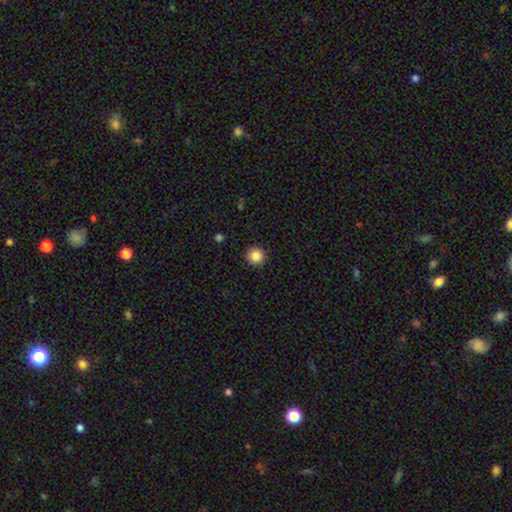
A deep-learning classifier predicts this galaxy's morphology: This is clearly a smooth galaxy (86%). How rounded: clearly round (95%). Merging: clearly none (93%).